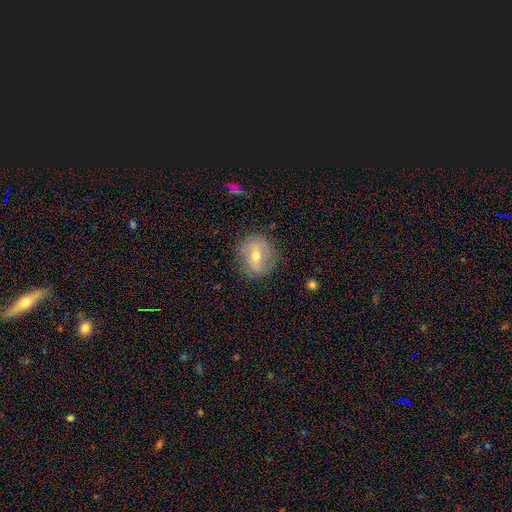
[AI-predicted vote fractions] Smooth or featured? Predicted: featured or disk (p=0.47). Merging? Predicted: none (p=0.80).